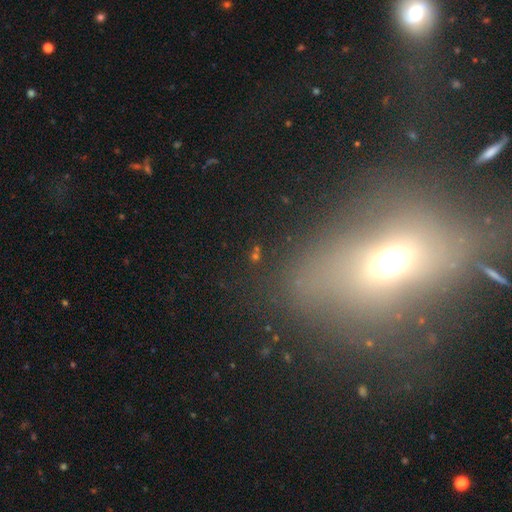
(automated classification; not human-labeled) Smooth or featured: star or artifact — 50% (smooth — 34%)